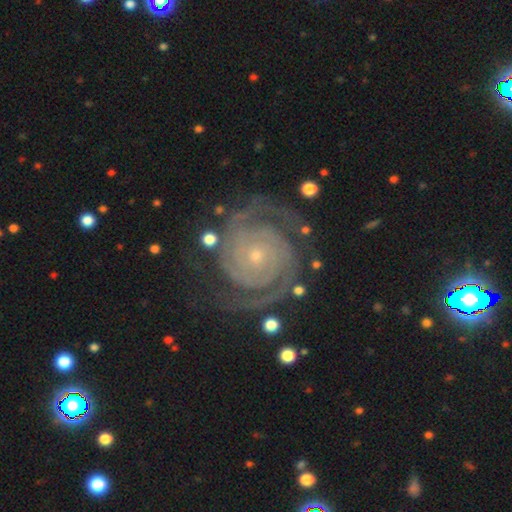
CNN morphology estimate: type=featured or disk (93%); edge-on=no (98%); bar=no (76%); spiral arms=yes (99%); winding=tight (82%); arm count=2 (76%); bulge=small (80%); merging=none (77%).